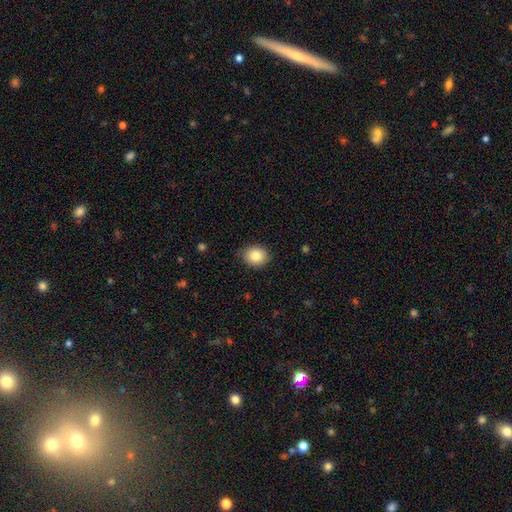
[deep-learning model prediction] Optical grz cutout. It shows a smooth galaxy with no disk features (84%) that is round (71%). Merging: none (85%).